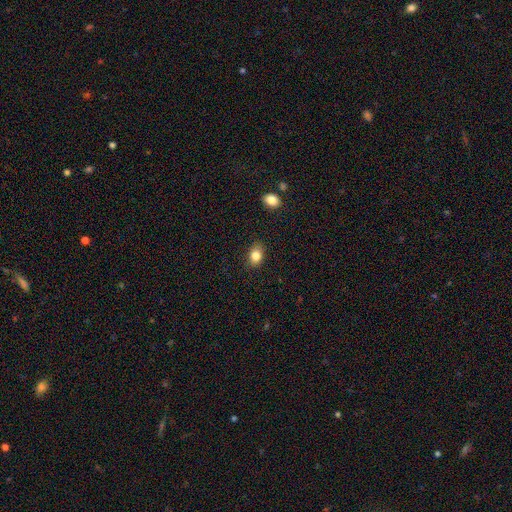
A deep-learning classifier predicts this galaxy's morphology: Smooth or featured: smooth — 83% (star or artifact — 10%)
How rounded: in between — 73% (round — 26%)
Merging: none — 82% (minor disturbance — 13%)